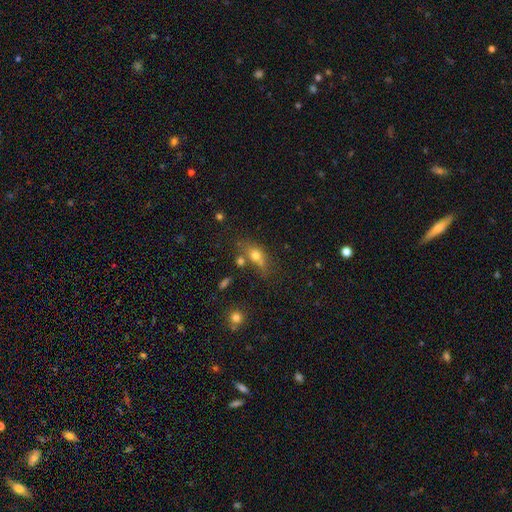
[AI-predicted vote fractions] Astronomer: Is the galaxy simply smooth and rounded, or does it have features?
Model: smooth — 69%.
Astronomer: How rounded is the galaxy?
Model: in between — 62%.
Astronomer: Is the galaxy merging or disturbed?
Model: none — 46% (runner-up: merger, 28%).